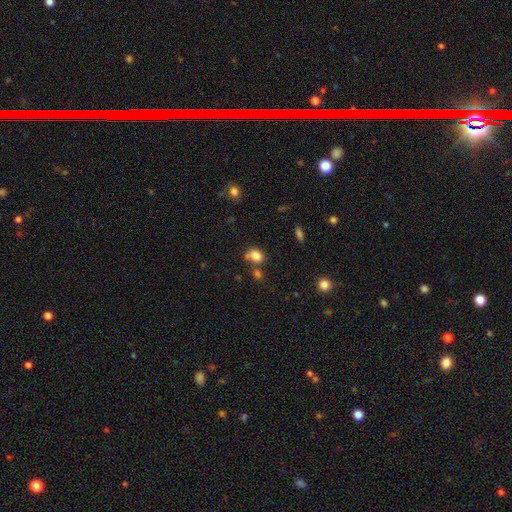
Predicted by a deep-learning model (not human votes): A smooth galaxy with no disk features (81%) that is in between round and cigar-shaped (54%). Merging: none (50%).